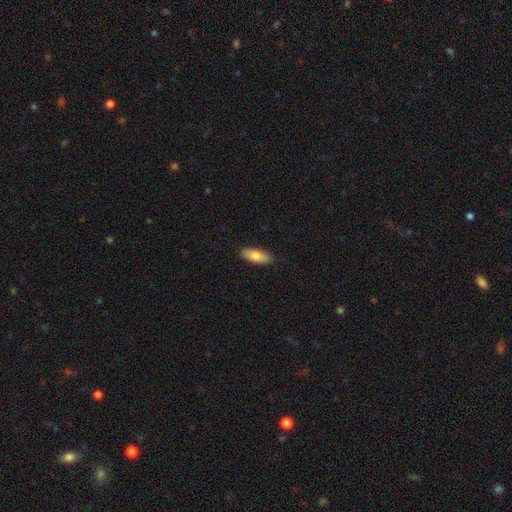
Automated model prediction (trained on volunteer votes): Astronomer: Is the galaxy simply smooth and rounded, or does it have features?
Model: smooth — 80%.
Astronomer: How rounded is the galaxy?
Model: in between — 74%.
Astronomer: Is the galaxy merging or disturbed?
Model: none — 89%.